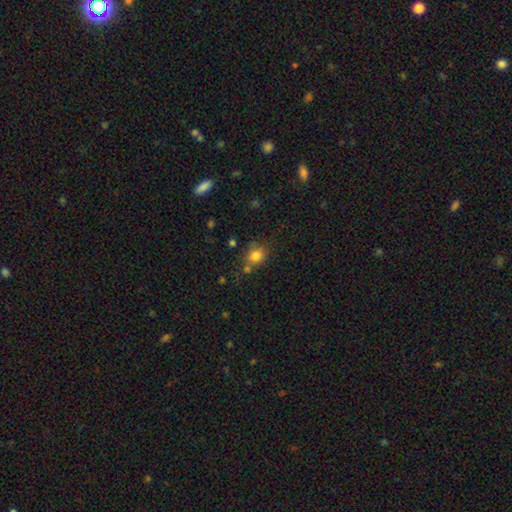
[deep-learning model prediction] Morphology: type=smooth (82%); roundness=round (64%); merging=none (66%).